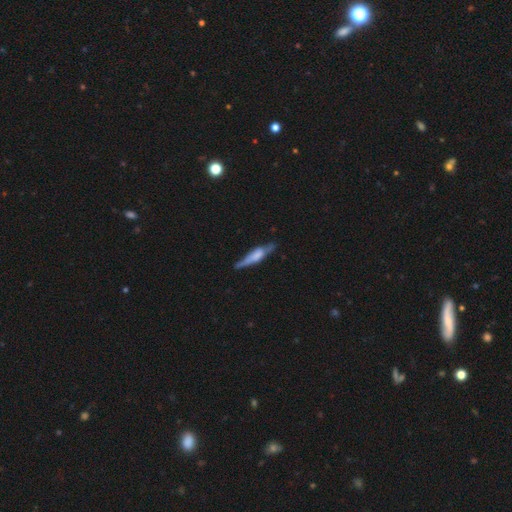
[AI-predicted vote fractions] This is possibly a featured or disk galaxy (54%). It is clearly viewed edge-on (89%). Merging: likely none (66%).